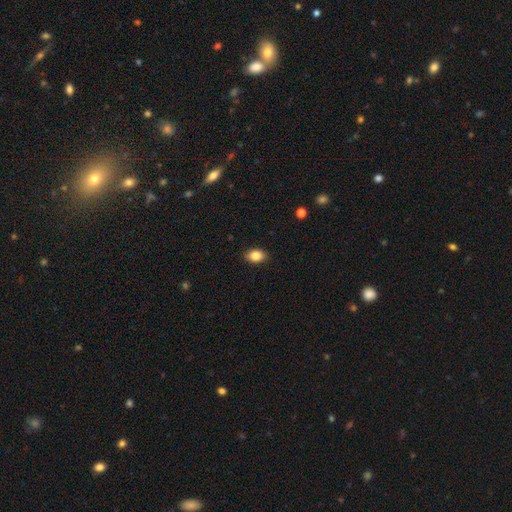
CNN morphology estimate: Smooth or featured?
  - smooth: 85% *
  - star or artifact: 8%
  - featured or disk: 6%
How rounded?
  - in between: 81% *
  - round: 18%
  - cigar-shaped: 1%
Merging?
  - none: 88% *
  - minor disturbance: 9%
  - major disturbance: 2%
  - merger: 1%